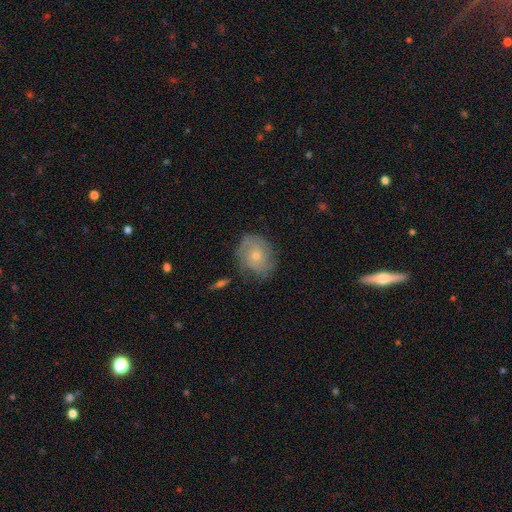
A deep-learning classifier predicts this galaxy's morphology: This appears to be a featured or disk galaxy (59%) with no bar (82%), spiral arms (83%) and a small central bulge (69%). Merging: none (70%).